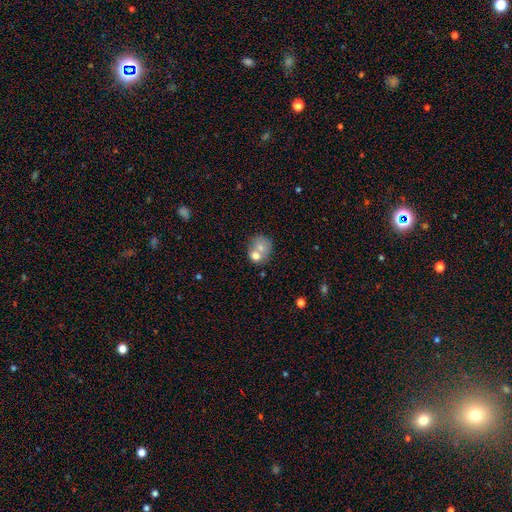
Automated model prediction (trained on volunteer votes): A smooth galaxy with no disk features (67%) that is round (71%). Merging: merger (51%).